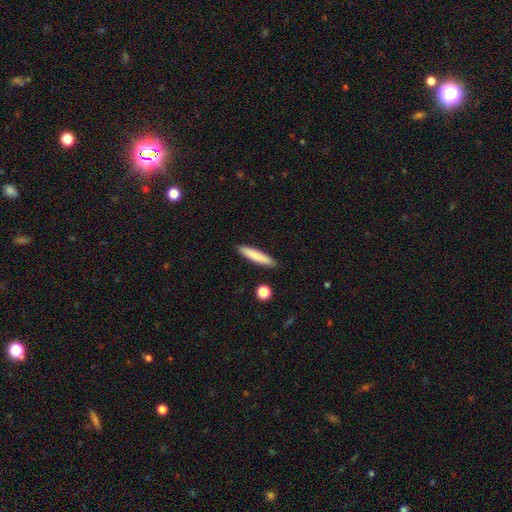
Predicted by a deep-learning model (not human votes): Smooth or featured: smooth — 81% (featured or disk — 13%)
How rounded: cigar-shaped — 90% (in between — 8%)
Merging: none — 89% (minor disturbance — 7%)